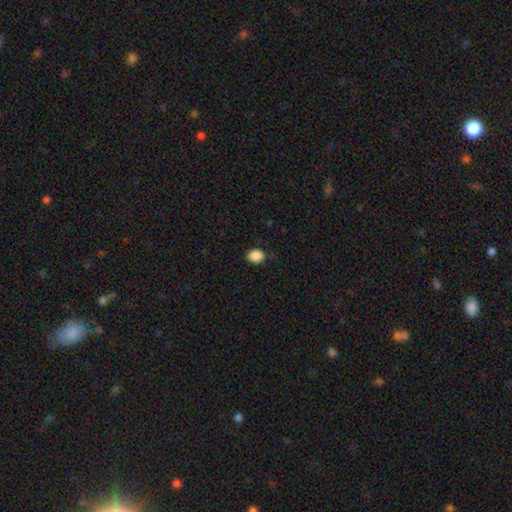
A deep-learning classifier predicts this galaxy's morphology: This is clearly a smooth galaxy (89%). How rounded: likely in between (66%). Merging: clearly none (83%).